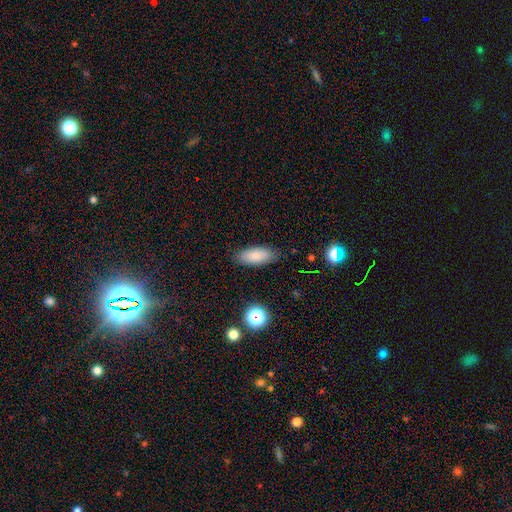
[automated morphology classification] A smooth galaxy with no disk features (84%) that is in between round and cigar-shaped (82%). Merging: none (84%).